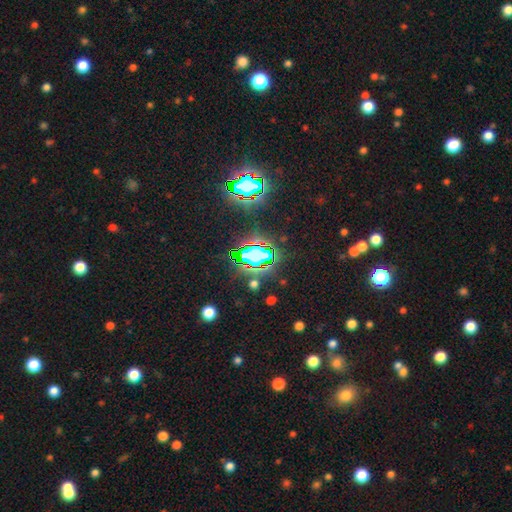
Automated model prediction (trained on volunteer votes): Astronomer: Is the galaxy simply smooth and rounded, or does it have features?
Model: star or artifact — 67%.